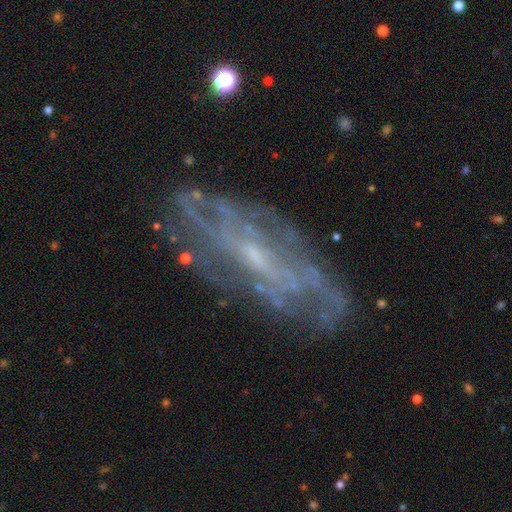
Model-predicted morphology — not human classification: This is likely a featured or disk galaxy (76%). It is clearly not viewed edge-on (81%). Bar: possibly no (46%). Spiral arm pattern: clearly yes (83%). Spiral arm count: possibly can't tell (57%). Spiral winding: possibly tight (55%). Central bulge: likely small (76%). Merging: likely none (79%).